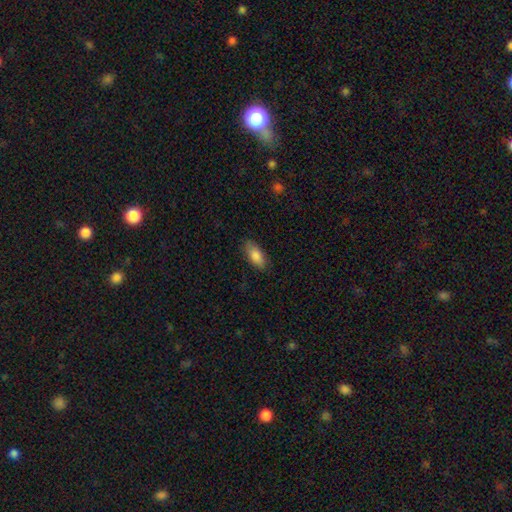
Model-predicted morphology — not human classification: Overall: smooth (87%). How rounded: in between (87%). Merging: none (84%).